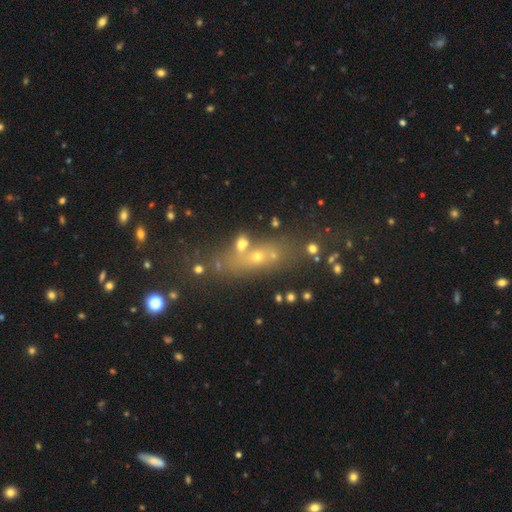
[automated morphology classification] A smooth galaxy with no disk features (43%). Merging: none (48%).